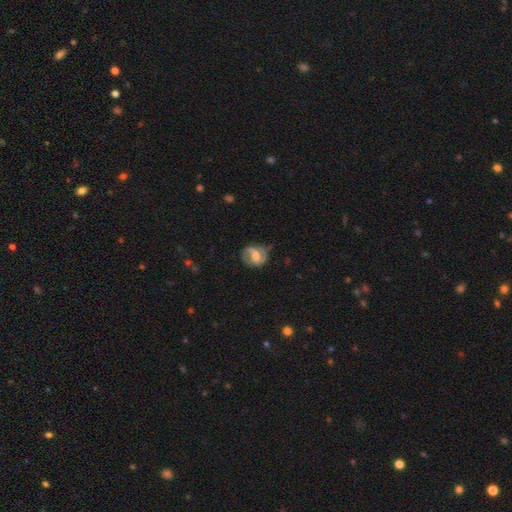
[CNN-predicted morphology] Smooth or featured? featured or disk (73%)
Edge-on disk? no (97%)
Bar? weak (49%)
Spiral arms? yes (89%)
Spiral winding? medium (48%)
Spiral arm count? 2 (78%)
Bulge size? moderate (60%)
Merging? none (63%)